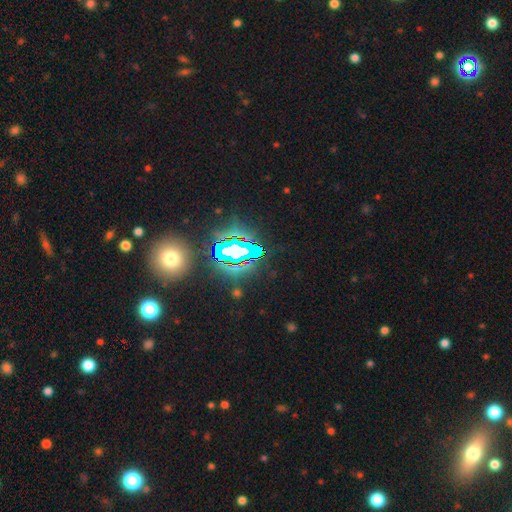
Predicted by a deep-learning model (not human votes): A star or artifact, not a galaxy (81%).

Vote fractions:
- Smooth or featured? star or artifact: 81% / smooth: 12% / featured or disk: 8%